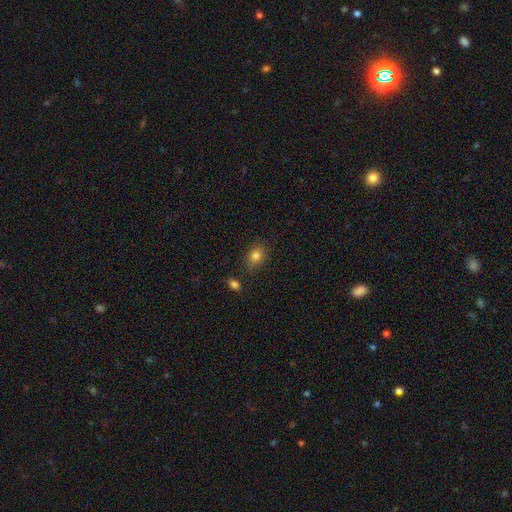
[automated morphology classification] This appears to be a smooth galaxy with no disk features (83%) that is in between round and cigar-shaped (57%). Merging: none (82%).